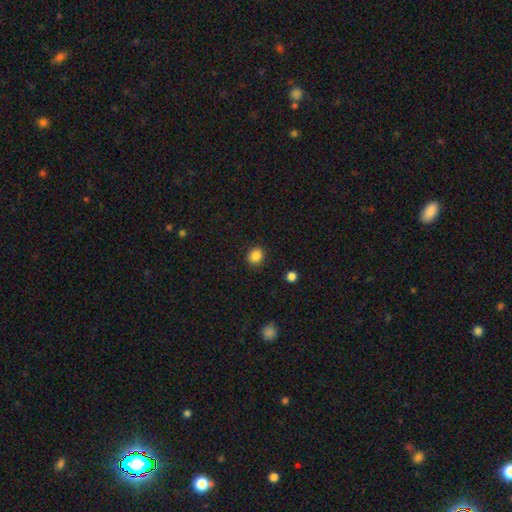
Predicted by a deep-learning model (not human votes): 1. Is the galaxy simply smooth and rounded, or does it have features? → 86% smooth, 10% star or artifact, 4% featured or disk.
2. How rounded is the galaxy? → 79% round, 20% in between, 1% cigar-shaped.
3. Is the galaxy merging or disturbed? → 89% none, 7% minor disturbance, 2% major disturbance, 1% merger.